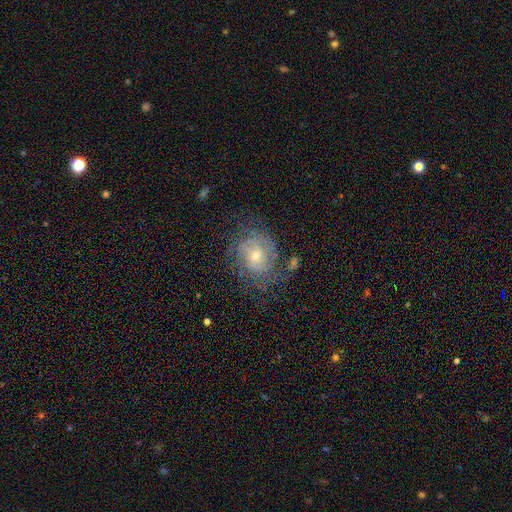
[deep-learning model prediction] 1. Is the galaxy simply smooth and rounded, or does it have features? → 77% featured or disk, 15% smooth, 9% star or artifact.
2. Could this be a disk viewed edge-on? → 97% no, 3% yes.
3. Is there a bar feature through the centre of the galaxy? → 68% no, 27% weak, 5% strong.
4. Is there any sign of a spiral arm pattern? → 90% yes, 10% no.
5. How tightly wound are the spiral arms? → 65% tight, 26% medium, 9% loose.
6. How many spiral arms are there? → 43% can't tell, 23% 2, 15% 3, 9% 4, 6% 1, 5% more than 4.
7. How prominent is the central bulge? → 52% small, 44% moderate, 2% large, 1% none, 1% dominant.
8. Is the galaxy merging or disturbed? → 65% none, 19% minor disturbance, 13% major disturbance, 3% merger.